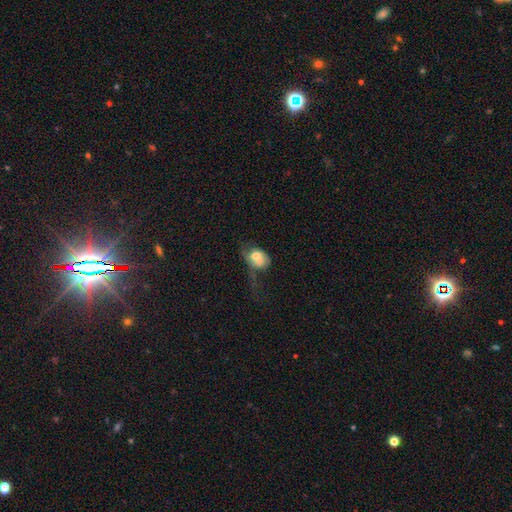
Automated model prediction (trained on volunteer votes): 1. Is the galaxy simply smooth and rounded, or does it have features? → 55% smooth, 36% featured or disk, 9% star or artifact.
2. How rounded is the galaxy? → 63% in between, 35% round, 2% cigar-shaped.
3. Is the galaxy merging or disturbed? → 44% merger, 26% major disturbance, 17% none, 14% minor disturbance.